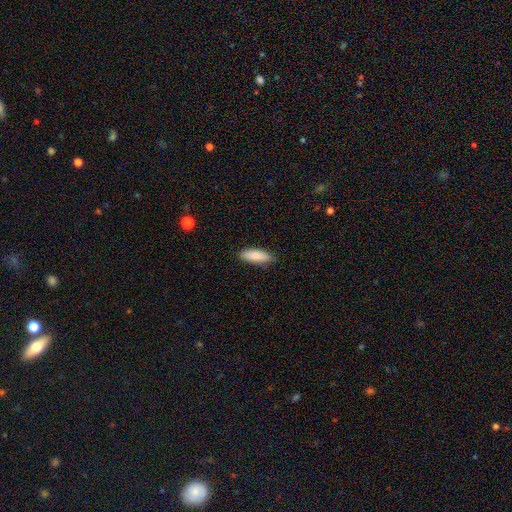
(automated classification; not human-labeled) smooth_or_featured: smooth (p=0.87) [alt: featured or disk p=0.07]
how_rounded: in between (p=0.60) [alt: cigar-shaped p=0.38]
merging: none (p=0.85) [alt: minor disturbance p=0.12]